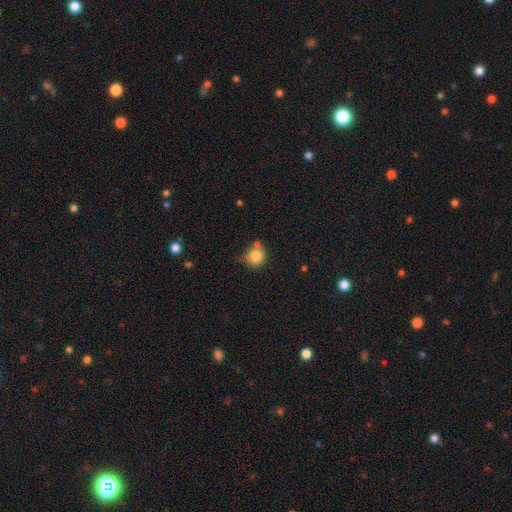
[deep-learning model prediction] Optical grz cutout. It shows a smooth galaxy with no disk features (83%) that is round (86%). Merging: none (57%).